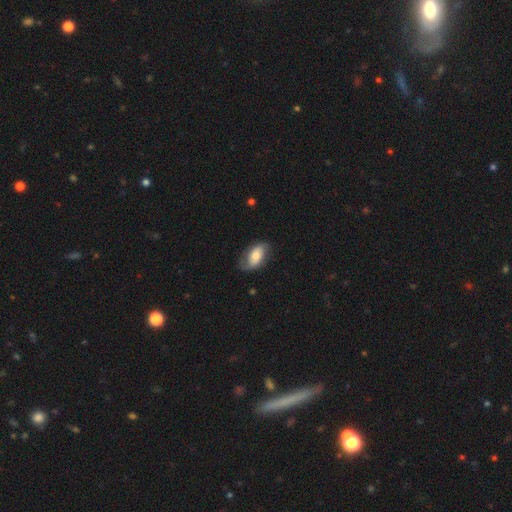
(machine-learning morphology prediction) Smooth or featured? Predicted: smooth (p=0.50). Merging? Predicted: none (p=0.65).